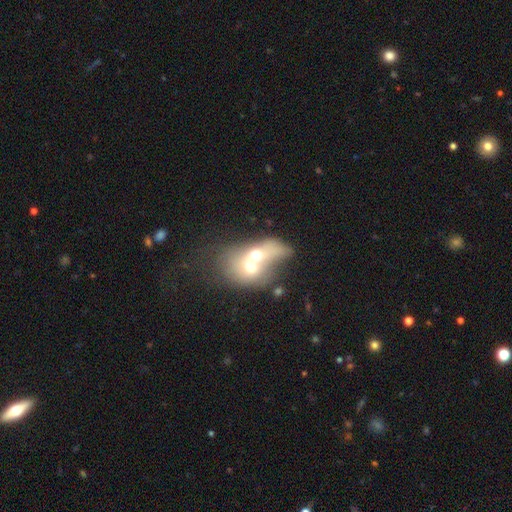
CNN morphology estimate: Q: Smooth or featured?
A: smooth (50%); runner-up: featured or disk (39%)
Q: Merging?
A: merger (78%); runner-up: none (9%)